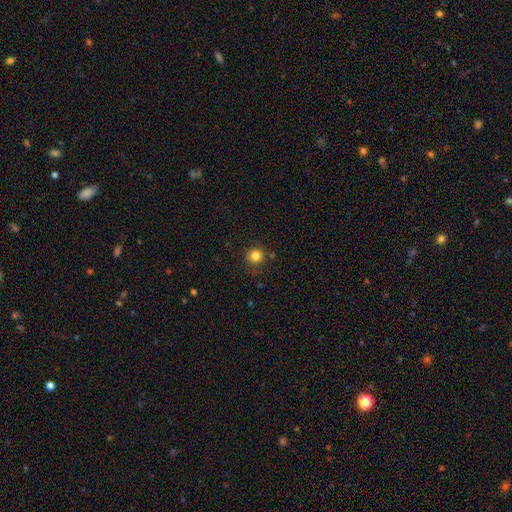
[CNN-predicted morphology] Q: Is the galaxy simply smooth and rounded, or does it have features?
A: smooth — 82%.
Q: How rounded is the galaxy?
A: round — 93%.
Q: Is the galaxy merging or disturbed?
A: none — 86%.